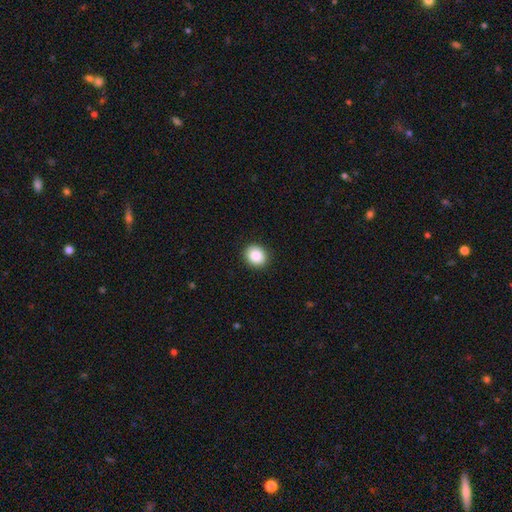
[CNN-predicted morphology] Smooth or featured: smooth — 87% (star or artifact — 8%)
How rounded: round — 70% (in between — 29%)
Merging: none — 91% (minor disturbance — 6%)